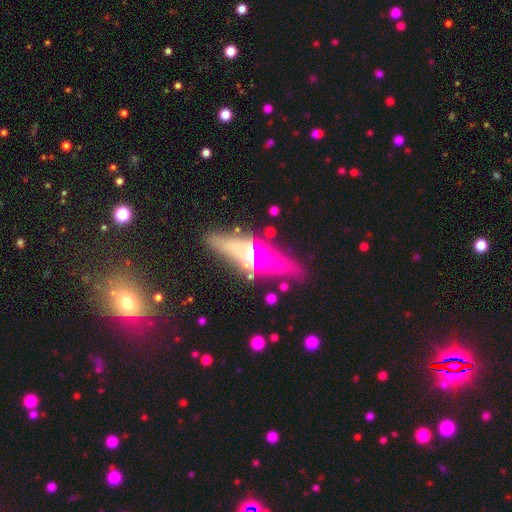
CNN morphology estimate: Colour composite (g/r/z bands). It shows a featured or disk galaxy (57%) viewed edge-on (78%). Merging: none (80%).